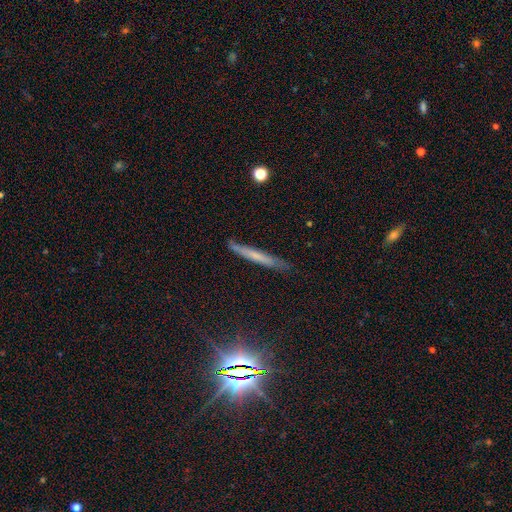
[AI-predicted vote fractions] The model was most divided on "smooth or featured": smooth: 49%, featured or disk: 40%, star or artifact: 12%. More confident: merging — none (78%).